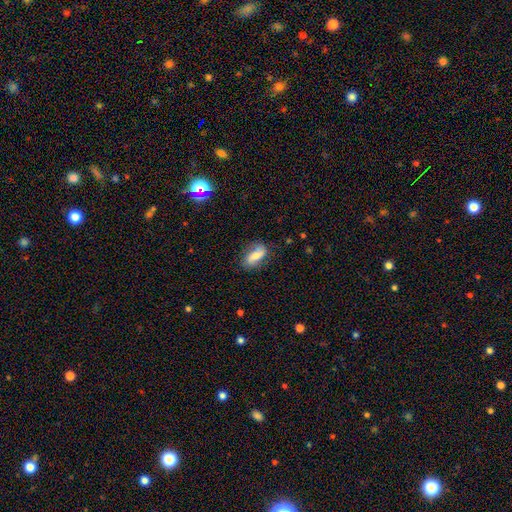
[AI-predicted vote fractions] This is likely a smooth galaxy (61%). How rounded: clearly in between (82%). Merging: likely none (70%).